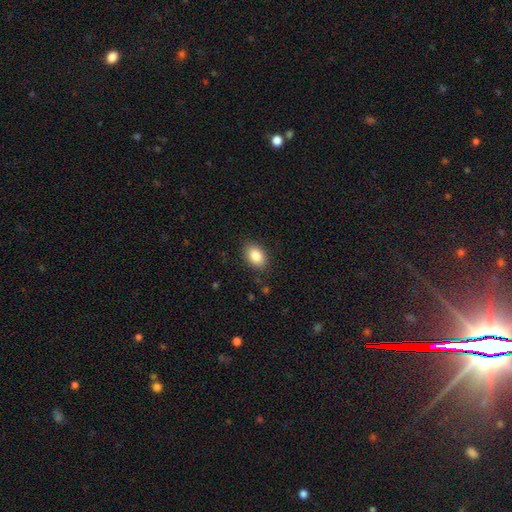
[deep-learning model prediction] This appears to be a smooth galaxy with no disk features (86%) that is in between round and cigar-shaped (83%). Merging: none (87%).